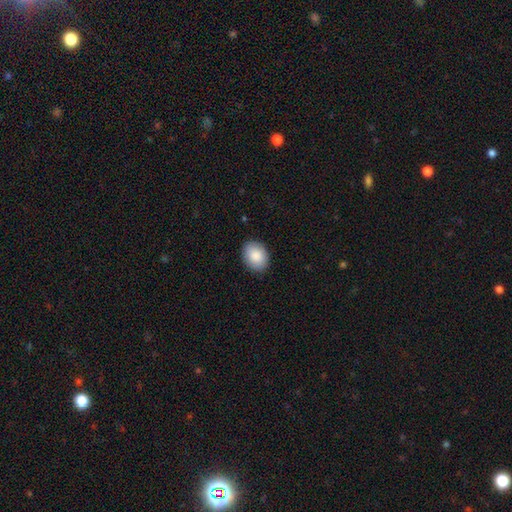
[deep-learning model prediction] A smooth galaxy with no disk features (87%) that is in between round and cigar-shaped (69%).

Vote fractions:
- Smooth or featured? smooth: 87% / featured or disk: 7% / star or artifact: 6%
- How rounded? in between: 69% / round: 30% / cigar-shaped: 1%
- Merging? none: 88% / minor disturbance: 9% / major disturbance: 2% / merger: 1%